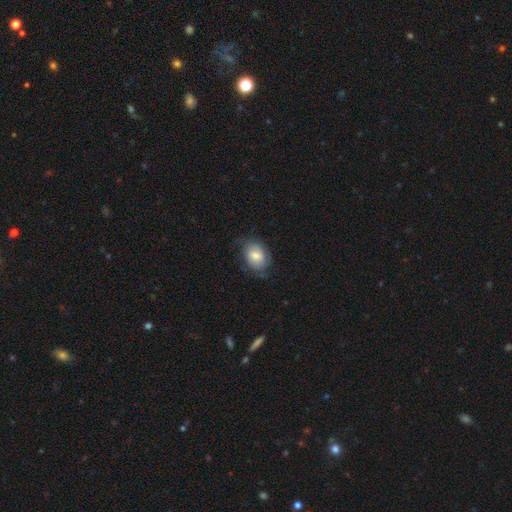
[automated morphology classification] This is likely a smooth galaxy (75%). How rounded: likely in between (70%). Merging: likely none (64%).